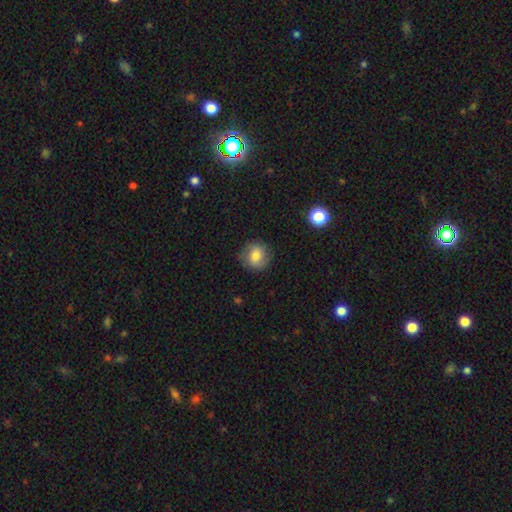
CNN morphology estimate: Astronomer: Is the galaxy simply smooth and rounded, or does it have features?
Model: smooth — 73%.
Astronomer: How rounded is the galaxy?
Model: round — 85%.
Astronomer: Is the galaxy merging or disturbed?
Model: none — 81%.